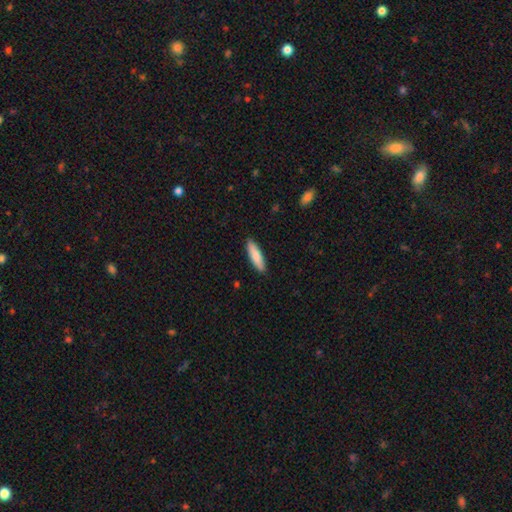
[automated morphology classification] smooth-or-featured: smooth: 83% | featured or disk: 11% | star or artifact: 5%
  how-rounded: cigar-shaped: 67% | in between: 32% | round: 1%
  merging: none: 90% | minor disturbance: 7% | major disturbance: 1% | merger: 1%